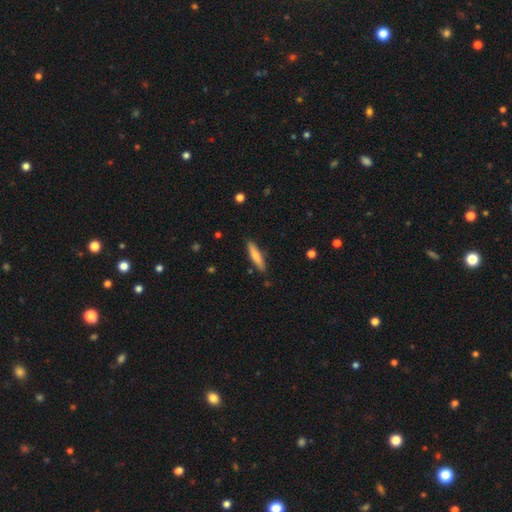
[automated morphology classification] Smooth or featured? smooth (71%)
How rounded? cigar-shaped (82%)
Merging? none (87%)